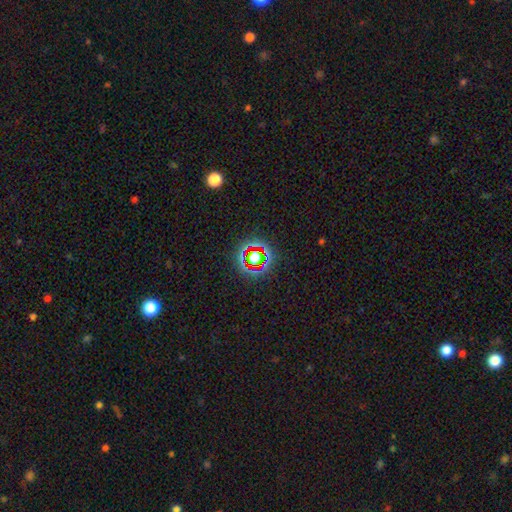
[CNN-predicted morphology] The model was most divided on "smooth or featured": star or artifact: 65%, smooth: 23%, featured or disk: 12%.